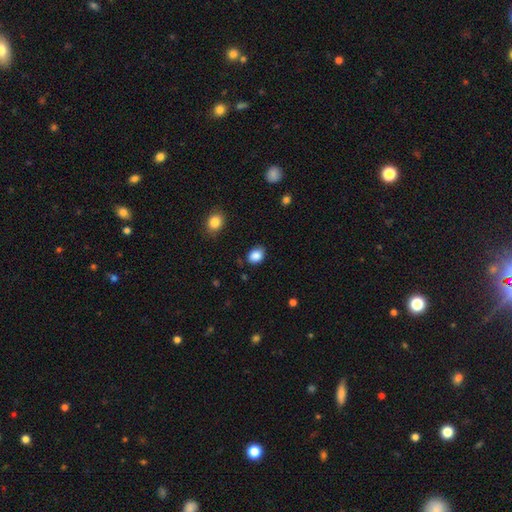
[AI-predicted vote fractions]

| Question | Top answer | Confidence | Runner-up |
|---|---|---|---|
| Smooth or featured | smooth | 87% | star or artifact (9%) |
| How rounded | in between | 62% | round (37%) |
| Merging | none | 79% | minor disturbance (16%) |